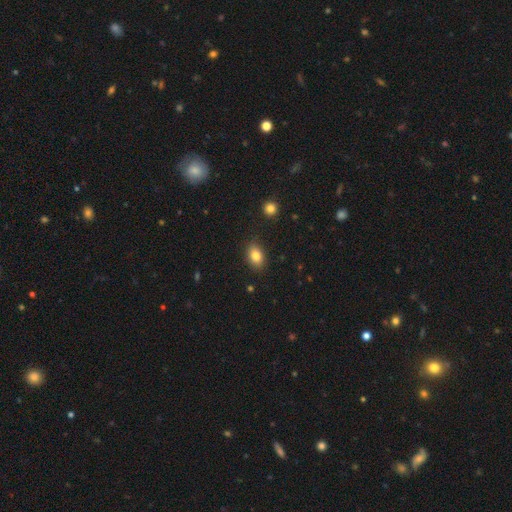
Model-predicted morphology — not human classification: Smooth or featured? Predicted: smooth (p=0.83). How rounded? Predicted: in between (p=0.81). Merging? Predicted: none (p=0.86).